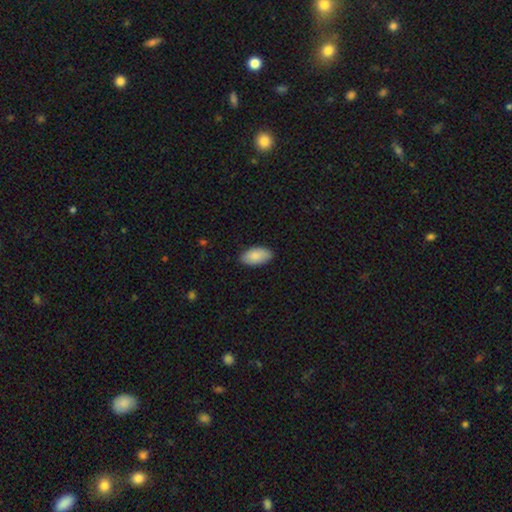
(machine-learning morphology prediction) Smooth or featured? smooth (88%)
How rounded? in between (95%)
Merging? none (87%)